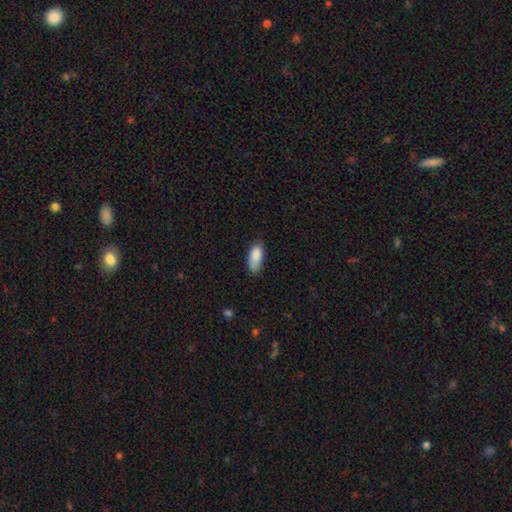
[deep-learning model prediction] Q: Smooth or featured?
A: smooth (87%); runner-up: star or artifact (7%)
Q: How rounded?
A: in between (86%); runner-up: cigar-shaped (12%)
Q: Merging?
A: none (70%); runner-up: minor disturbance (25%)